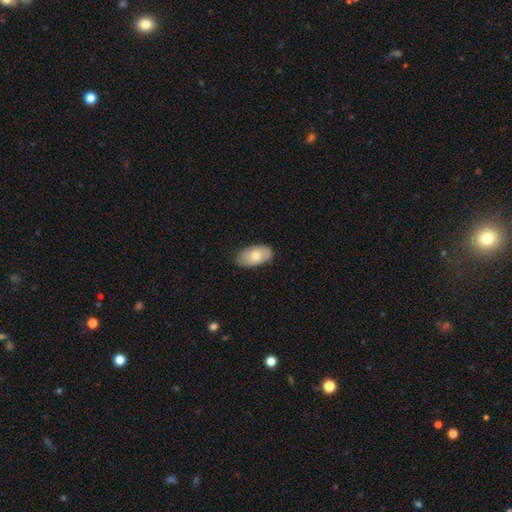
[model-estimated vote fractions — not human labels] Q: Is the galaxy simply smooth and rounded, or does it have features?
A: smooth — 74%.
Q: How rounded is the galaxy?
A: in between — 94%.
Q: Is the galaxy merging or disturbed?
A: none — 82%.